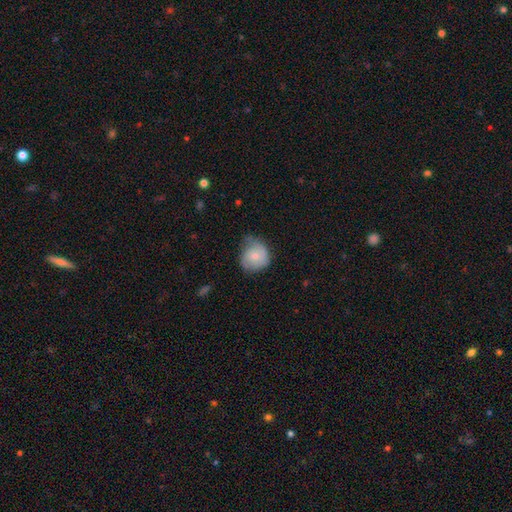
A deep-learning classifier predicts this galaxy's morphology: This appears to be a smooth galaxy with no disk features (65%) that is round (81%). Merging: none (48%).